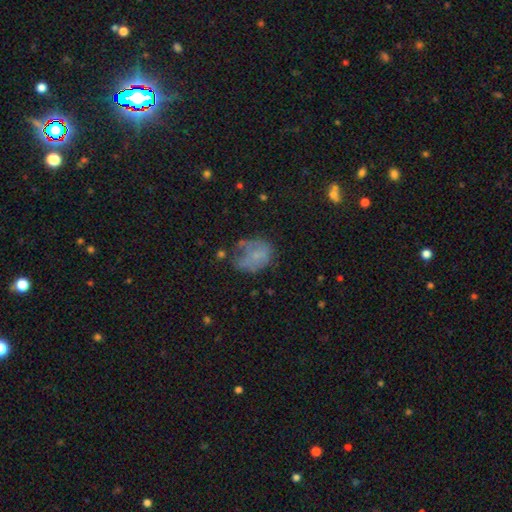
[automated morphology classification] This appears to be a smooth galaxy with no disk features (57%) that is in between round and cigar-shaped (58%). Merging: none (39%).